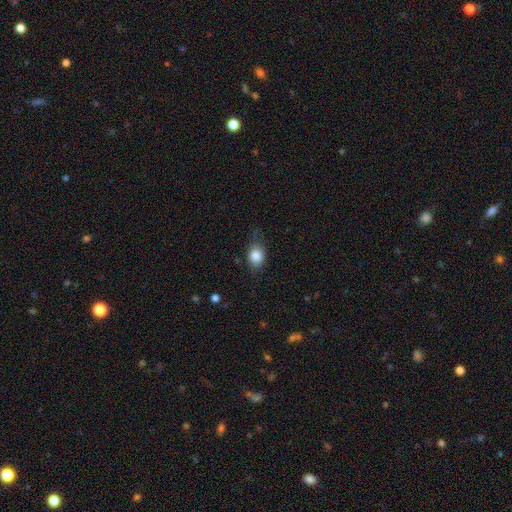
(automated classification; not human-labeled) Smooth or featured? Predicted: smooth (p=0.82). How rounded? Predicted: in between (p=0.59). Merging? Predicted: none (p=0.63).